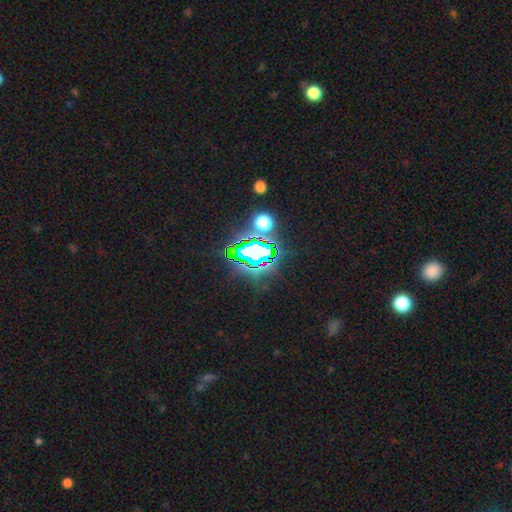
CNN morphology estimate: This appears to be a star or artifact, not a galaxy (73%).